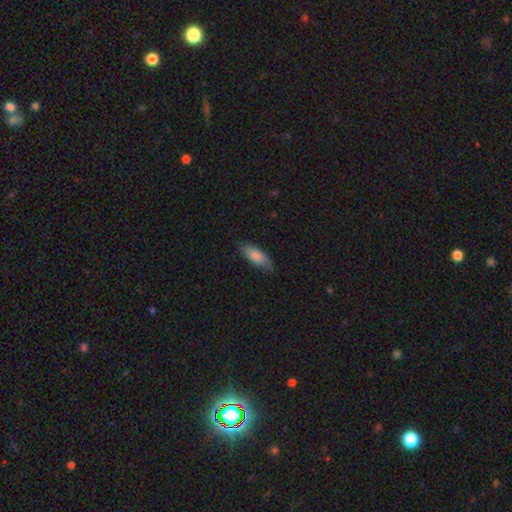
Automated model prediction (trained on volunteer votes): smooth 82%, featured or disk 12%, star or artifact 6%. Down the decision tree: how rounded — in between (66%); merging — none (77%).